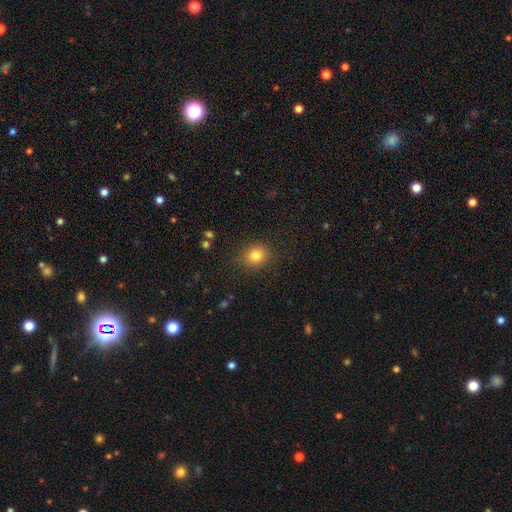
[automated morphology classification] type=smooth (81%); roundness=round (72%); merging=none (86%).